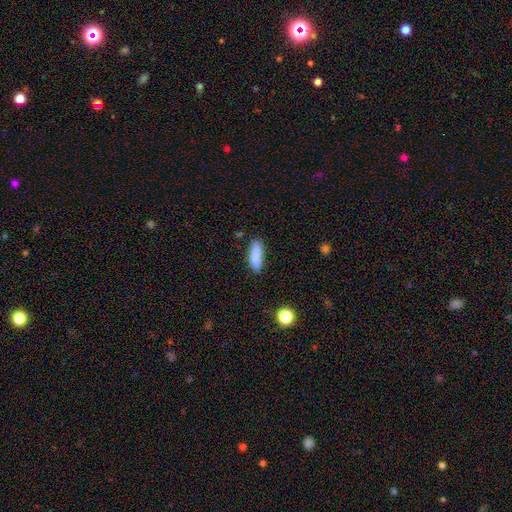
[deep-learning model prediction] Smooth or featured? Predicted: smooth (p=0.86). How rounded? Predicted: in between (p=0.52). Merging? Predicted: none (p=0.80).